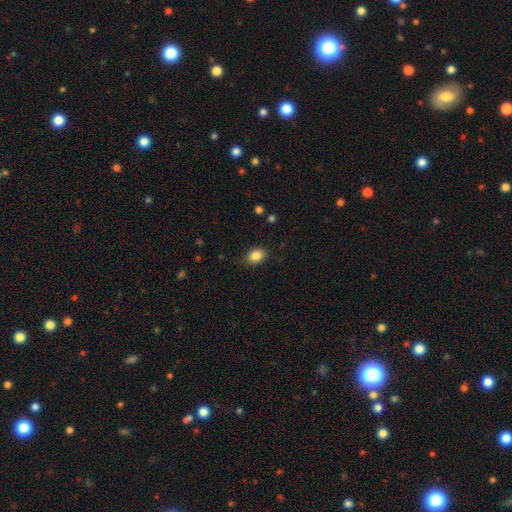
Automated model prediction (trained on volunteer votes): Overall: smooth (86%). How rounded: in between (71%). Merging: none (83%).